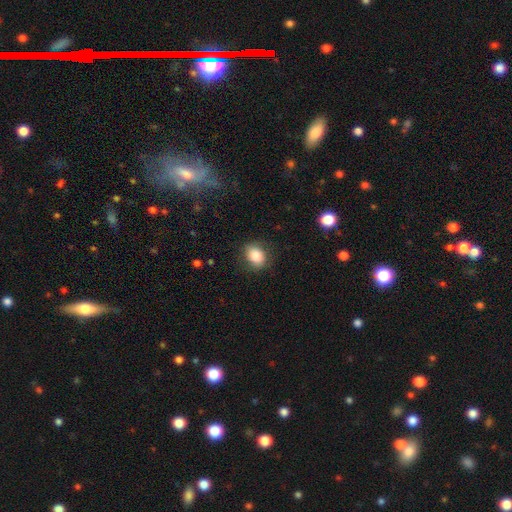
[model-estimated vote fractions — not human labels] This appears to be a smooth galaxy with no disk features (84%) that is in between round and cigar-shaped (53%). Merging: none (82%).